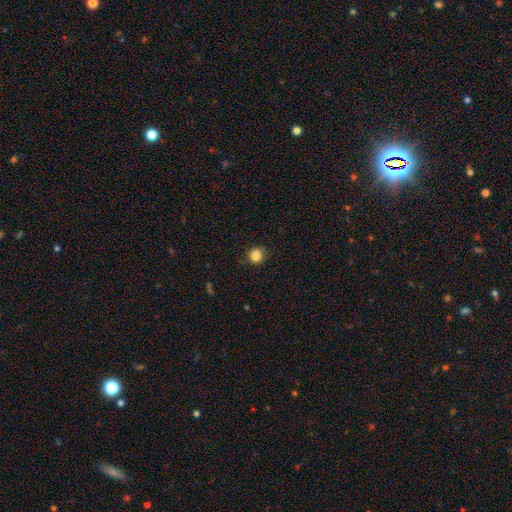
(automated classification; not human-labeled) smooth_or_featured: smooth (p=0.85) [alt: star or artifact p=0.11]
how_rounded: round (p=0.87) [alt: in between p=0.12]
merging: none (p=0.84) [alt: minor disturbance p=0.12]